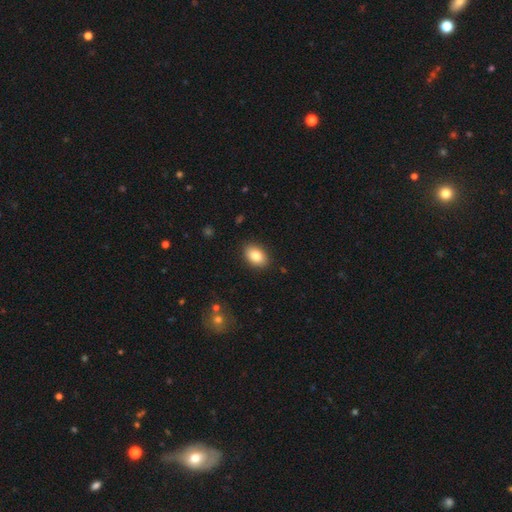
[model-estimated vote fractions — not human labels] smooth-or-featured: smooth: 85% | featured or disk: 8% | star or artifact: 8%
  how-rounded: in between: 86% | round: 13% | cigar-shaped: 1%
  merging: none: 88% | minor disturbance: 8% | major disturbance: 2% | merger: 1%